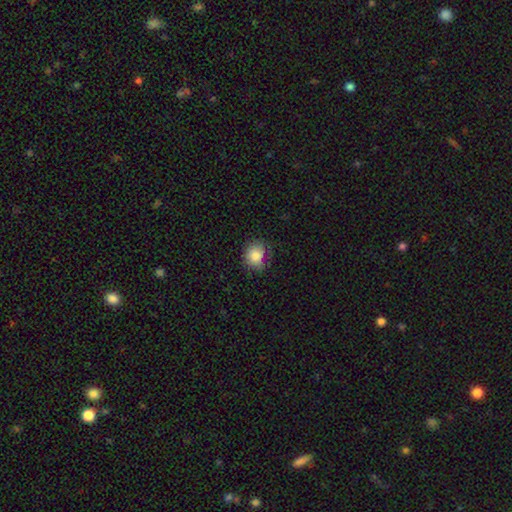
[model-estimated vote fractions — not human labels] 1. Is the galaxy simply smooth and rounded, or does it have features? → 84% smooth, 9% star or artifact, 8% featured or disk.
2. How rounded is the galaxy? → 71% round, 28% in between, 1% cigar-shaped.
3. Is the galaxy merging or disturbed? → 65% none, 26% minor disturbance, 8% major disturbance, 1% merger.